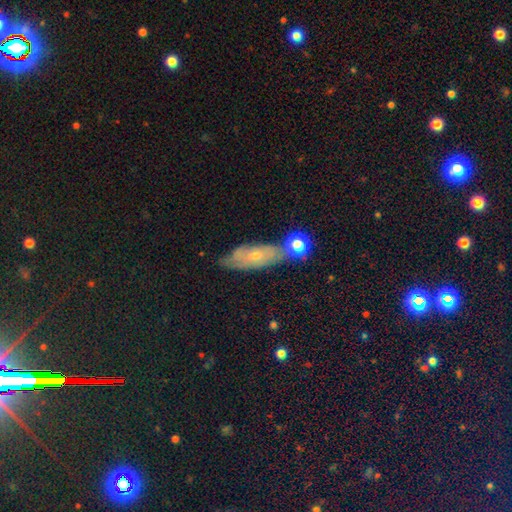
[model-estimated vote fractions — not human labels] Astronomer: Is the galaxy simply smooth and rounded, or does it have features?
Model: featured or disk — 54% (runner-up: smooth, 35%).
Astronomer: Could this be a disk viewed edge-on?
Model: no — 77%.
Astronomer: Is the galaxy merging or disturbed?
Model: none — 56%.